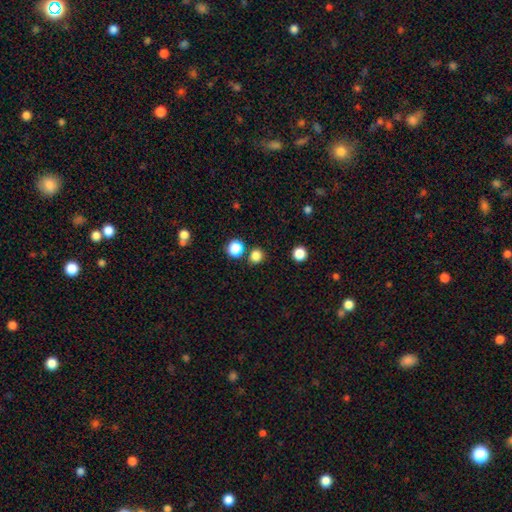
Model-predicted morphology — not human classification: Overall: smooth (82%). How rounded: round (91%). Merging: none (86%).